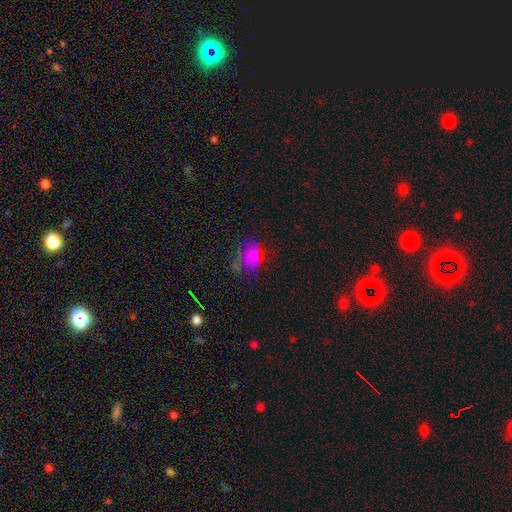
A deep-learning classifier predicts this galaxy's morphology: Smooth or featured: smooth — 63% (star or artifact — 20%)
How rounded: in between — 69% (round — 30%)
Merging: none — 48% (minor disturbance — 26%)